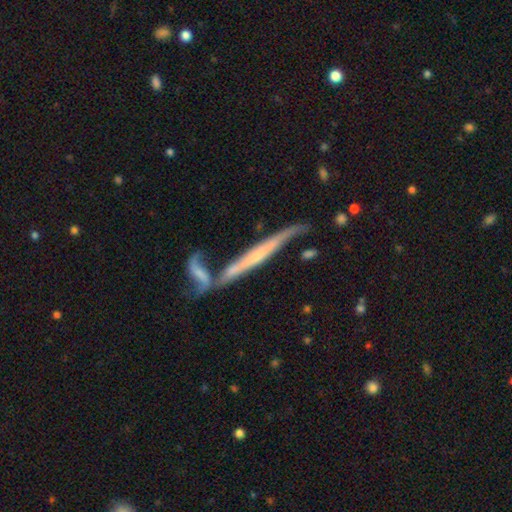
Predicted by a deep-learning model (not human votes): Smooth or featured? Predicted: featured or disk (p=0.67). Edge-on disk? Predicted: yes (p=0.86). Edge-on bulge? Predicted: none (p=0.59). Merging? Predicted: none (p=0.44).